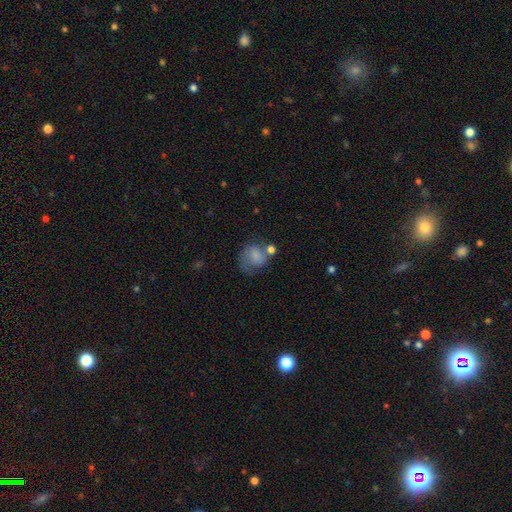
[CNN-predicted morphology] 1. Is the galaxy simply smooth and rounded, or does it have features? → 67% smooth, 22% featured or disk, 10% star or artifact.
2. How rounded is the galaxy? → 62% round, 37% in between, 1% cigar-shaped.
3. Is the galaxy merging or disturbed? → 37% none, 24% minor disturbance, 24% major disturbance, 15% merger.